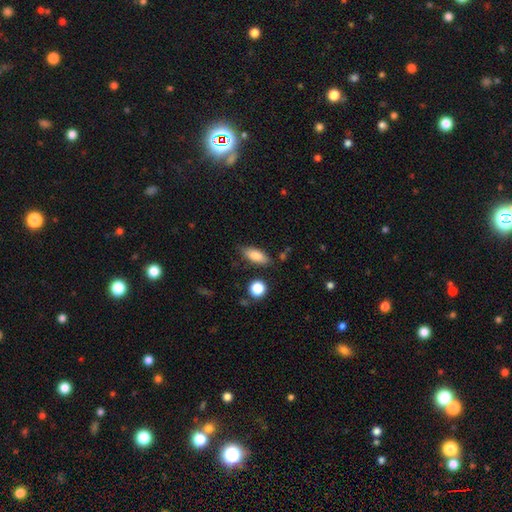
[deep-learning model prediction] Smooth or featured? Predicted: smooth (p=0.84). How rounded? Predicted: in between (p=0.79). Merging? Predicted: none (p=0.77).